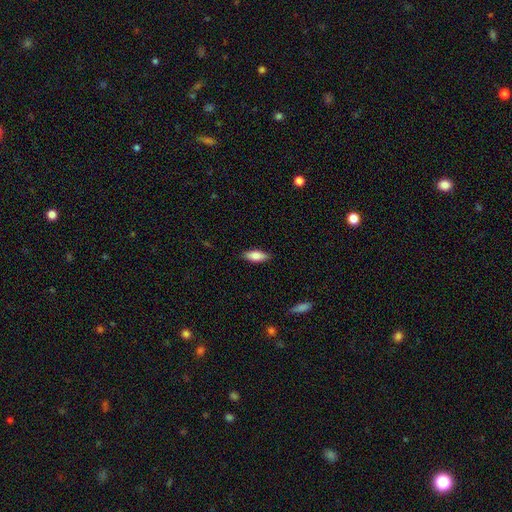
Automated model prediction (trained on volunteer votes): smooth_or_featured: smooth (p=0.78) [alt: featured or disk p=0.16]
how_rounded: in between (p=0.74) [alt: cigar-shaped p=0.24]
merging: none (p=0.87) [alt: minor disturbance p=0.10]